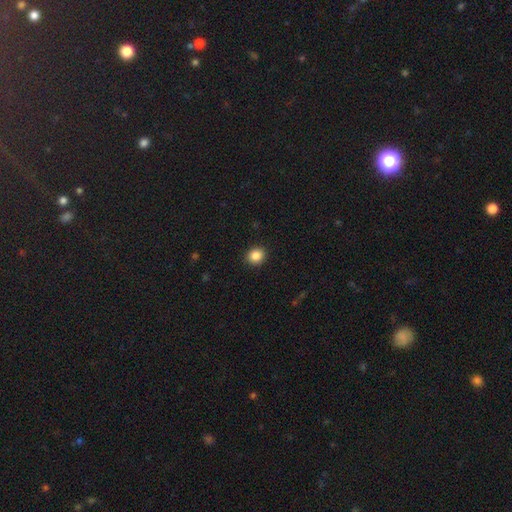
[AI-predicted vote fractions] This appears to be a smooth galaxy with no disk features (87%) that is round (82%). Merging: none (92%).